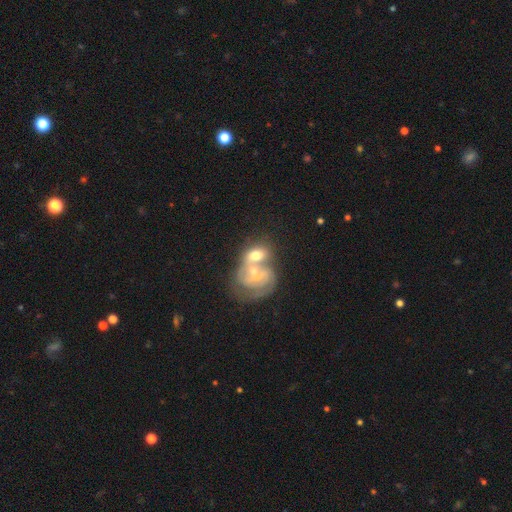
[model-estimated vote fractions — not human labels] Smooth or featured? featured or disk (61%)
Edge-on disk? no (96%)
Bar? no (63%)
Spiral arms? yes (66%)
Bulge size? moderate (45%)
Merging? merger (71%)